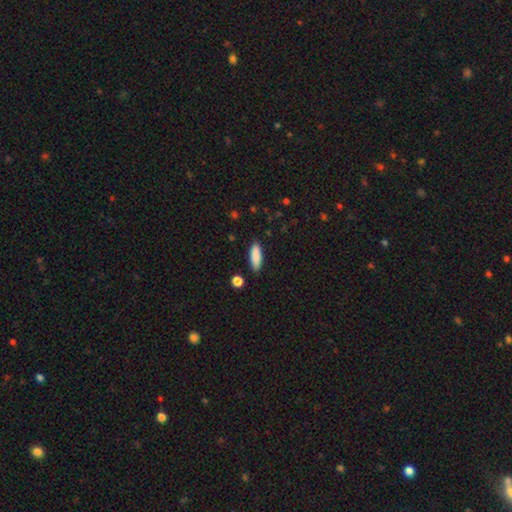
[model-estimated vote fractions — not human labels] This is clearly a smooth galaxy (87%). How rounded: possibly in between (58%). Merging: clearly none (85%).